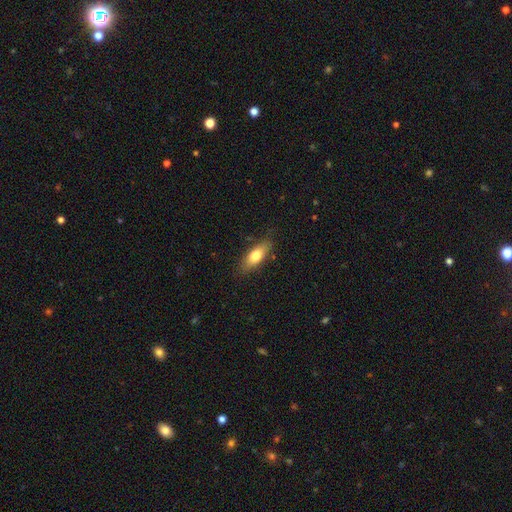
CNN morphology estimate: Smooth or featured?
  - smooth: 72% *
  - featured or disk: 22%
  - star or artifact: 7%
How rounded?
  - in between: 70% *
  - cigar-shaped: 27%
  - round: 3%
Merging?
  - none: 81% *
  - minor disturbance: 15%
  - major disturbance: 3%
  - merger: 1%